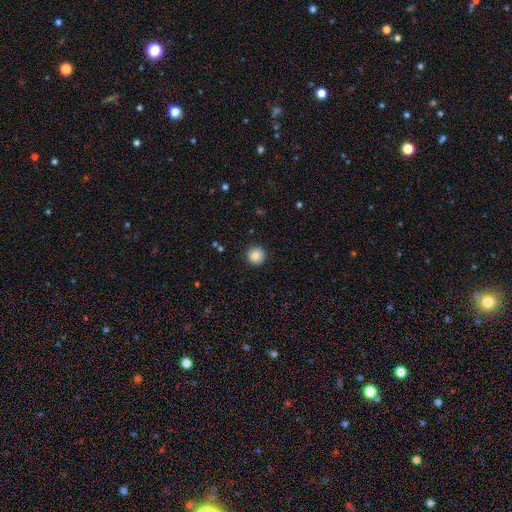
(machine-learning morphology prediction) smooth_or_featured: smooth (p=0.86) [alt: star or artifact p=0.09]
how_rounded: round (p=0.95) [alt: in between p=0.04]
merging: none (p=0.91) [alt: minor disturbance p=0.06]